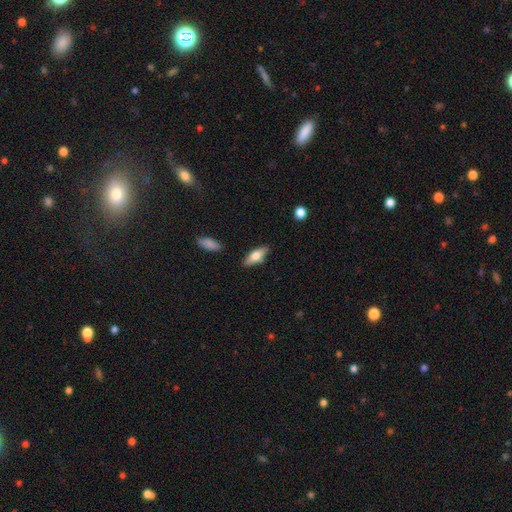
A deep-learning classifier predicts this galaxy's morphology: smooth 66%, featured or disk 28%, star or artifact 6%. Down the decision tree: how rounded — in between (68%); merging — none (83%).